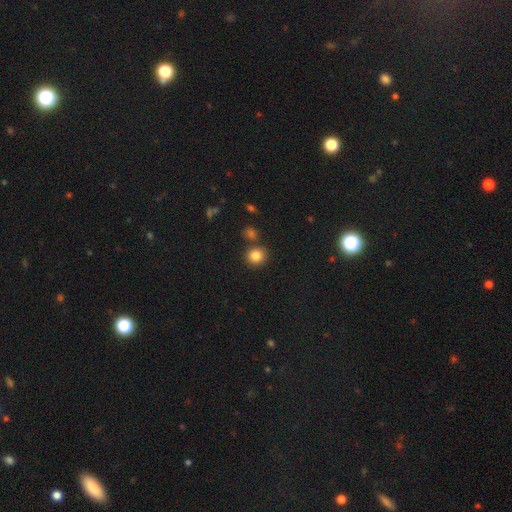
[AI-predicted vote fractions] smooth_or_featured: smooth (p=0.84) [alt: star or artifact p=0.11]
how_rounded: round (p=0.83) [alt: in between p=0.16]
merging: none (p=0.79) [alt: merger p=0.10]